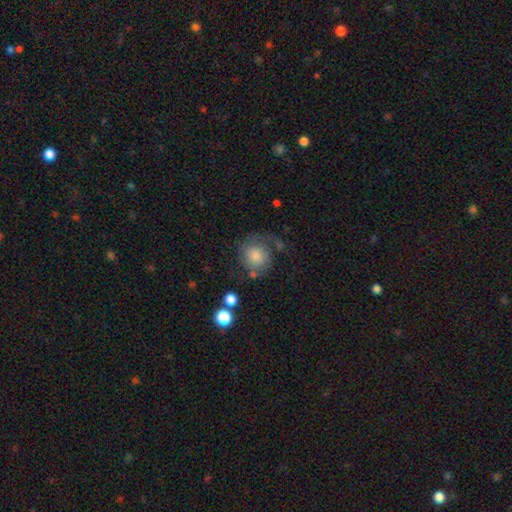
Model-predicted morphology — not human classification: smooth-or-featured: smooth: 62% | featured or disk: 29% | star or artifact: 9%
  how-rounded: round: 86% | in between: 13% | cigar-shaped: 1%
  merging: none: 54% | minor disturbance: 21% | major disturbance: 20% | merger: 5%